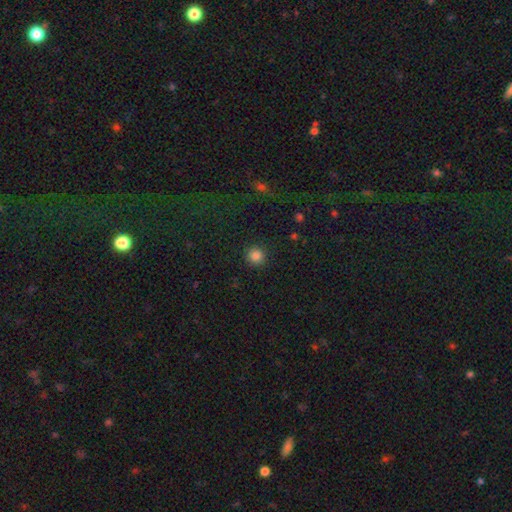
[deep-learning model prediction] This is clearly a smooth galaxy (84%). How rounded: clearly round (94%). Merging: clearly none (91%).